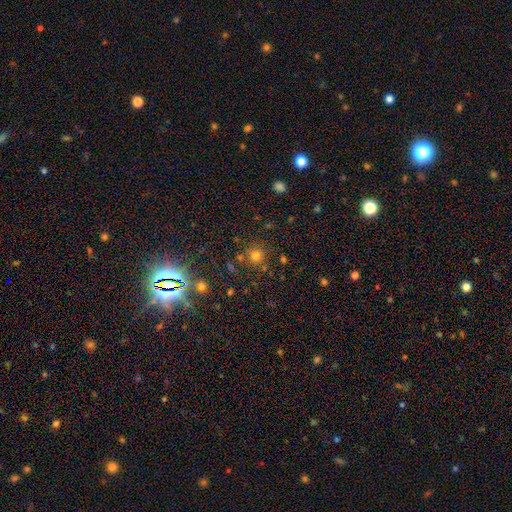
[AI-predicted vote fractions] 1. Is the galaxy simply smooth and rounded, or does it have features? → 74% smooth, 19% star or artifact, 7% featured or disk.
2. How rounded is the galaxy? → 92% round, 7% in between, 1% cigar-shaped.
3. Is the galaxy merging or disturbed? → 80% none, 9% minor disturbance, 7% merger, 4% major disturbance.